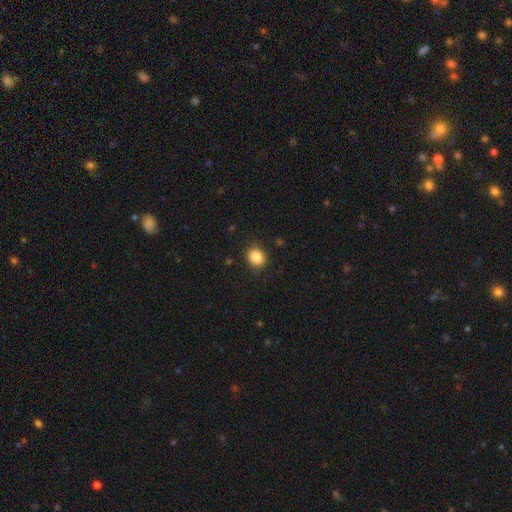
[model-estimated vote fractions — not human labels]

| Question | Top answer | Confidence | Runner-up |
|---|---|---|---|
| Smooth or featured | smooth | 87% | star or artifact (9%) |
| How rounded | round | 57% | in between (42%) |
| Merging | none | 85% | minor disturbance (11%) |